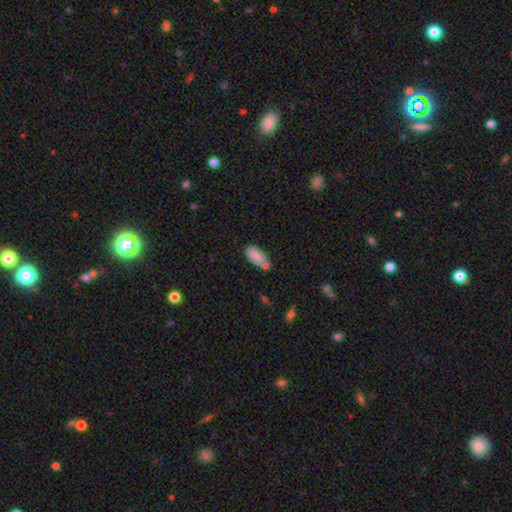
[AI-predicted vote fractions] A smooth galaxy with no disk features (82%) that is in between round and cigar-shaped (90%). Merging: none (51%).